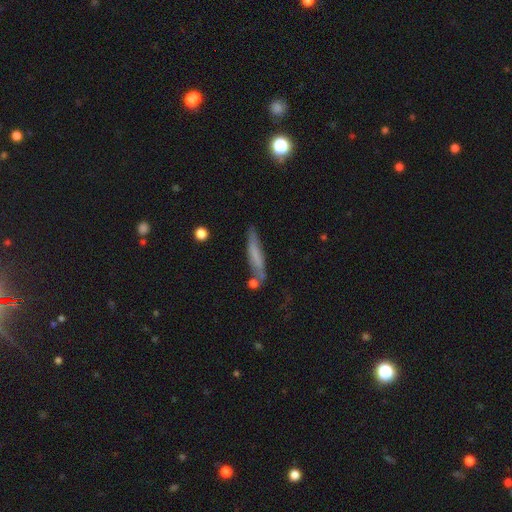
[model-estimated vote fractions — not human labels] This appears to be a smooth galaxy with no disk features (56%) that is cigar-shaped (89%). Merging: none (67%).